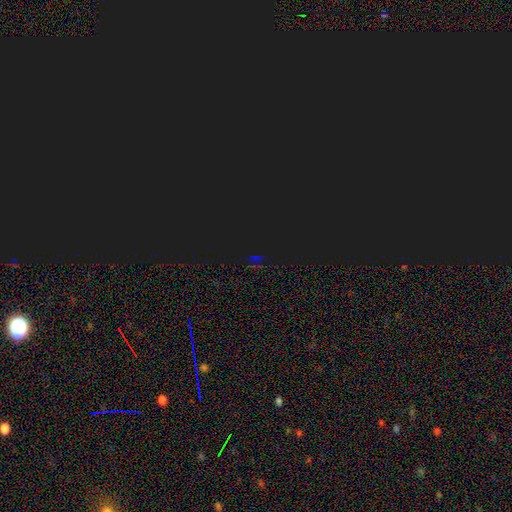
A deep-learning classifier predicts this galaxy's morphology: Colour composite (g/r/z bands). It shows a star or artifact, not a galaxy (79%).